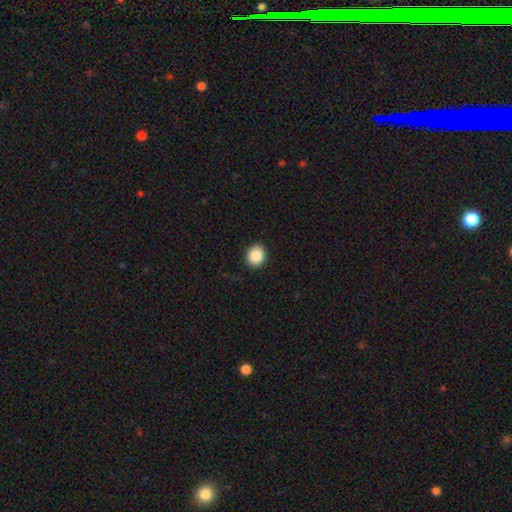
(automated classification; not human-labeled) Smooth or featured? smooth (87%)
How rounded? round (65%)
Merging? none (91%)